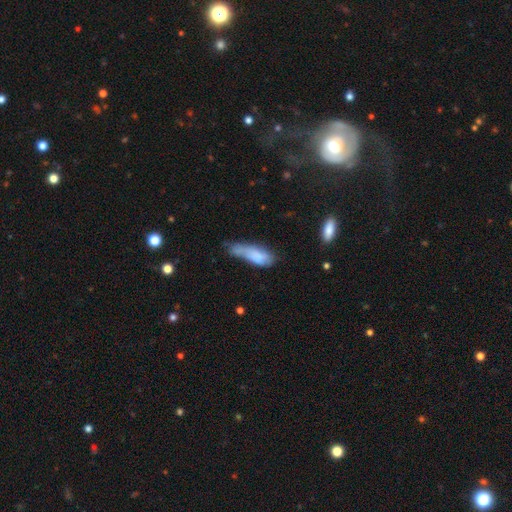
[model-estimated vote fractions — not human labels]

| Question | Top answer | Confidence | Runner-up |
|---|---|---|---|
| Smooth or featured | smooth | 71% | featured or disk (21%) |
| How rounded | in between | 58% | cigar-shaped (40%) |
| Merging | minor disturbance | 35% | major disturbance (26%) |